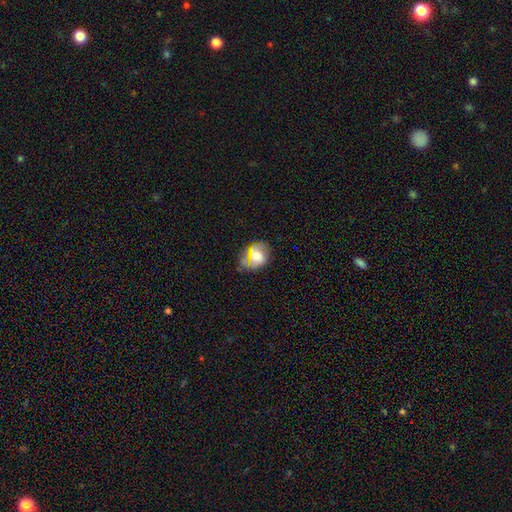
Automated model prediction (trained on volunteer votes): smooth_or_featured: smooth (p=0.48) [alt: featured or disk p=0.38]
merging: none (p=0.54) [alt: minor disturbance p=0.27]